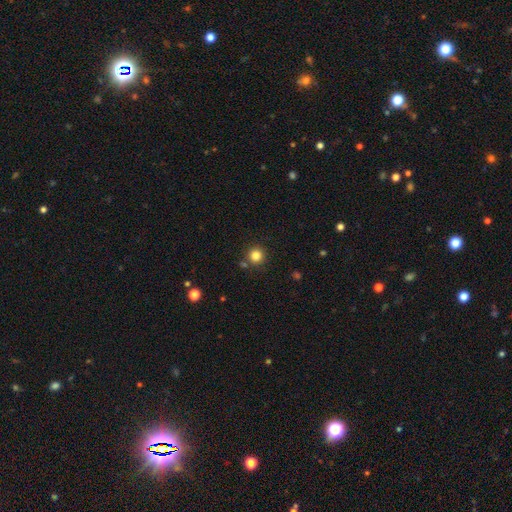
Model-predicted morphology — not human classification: Smooth or featured? Predicted: smooth (p=0.84). How rounded? Predicted: round (p=0.95). Merging? Predicted: none (p=0.86).